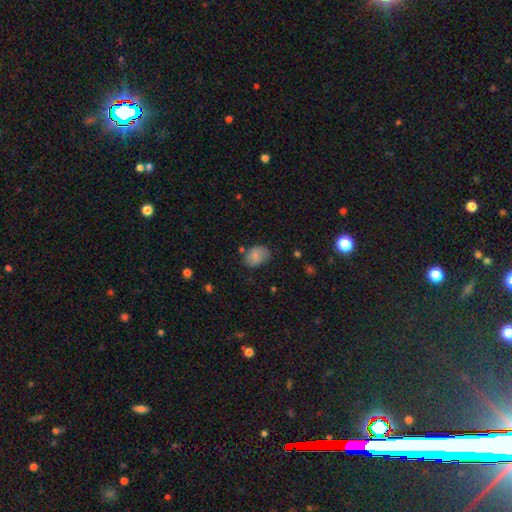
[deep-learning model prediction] This appears to be a smooth galaxy with no disk features (77%) that is in between round and cigar-shaped (74%). Merging: none (66%).